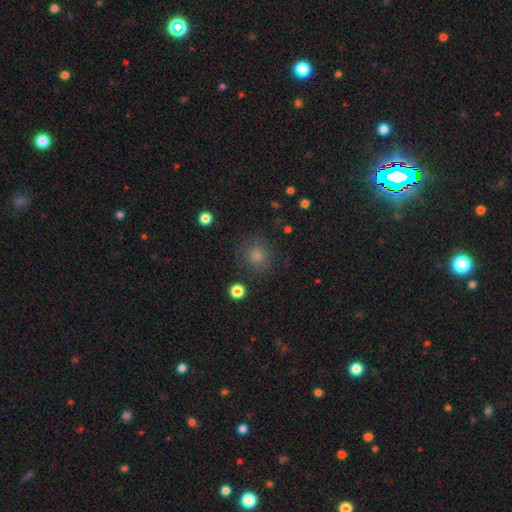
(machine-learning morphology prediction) smooth 67%, star or artifact 24%, featured or disk 9%. Down the decision tree: how rounded — round (90%); merging — none (85%).